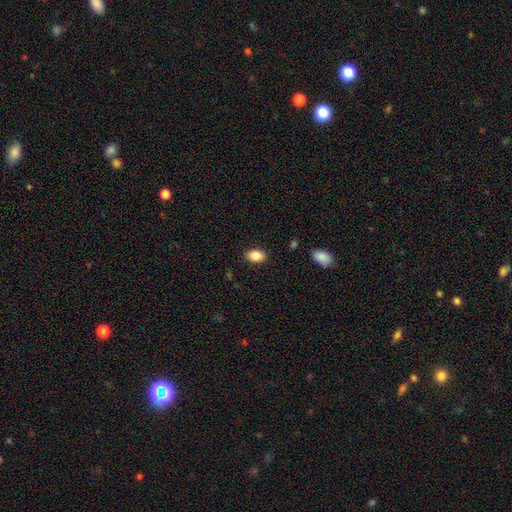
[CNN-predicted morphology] A smooth galaxy with no disk features (85%) that is in between round and cigar-shaped (87%).

Vote fractions:
- Smooth or featured? smooth: 85% / star or artifact: 8% / featured or disk: 7%
- How rounded? in between: 87% / round: 11% / cigar-shaped: 2%
- Merging? none: 88% / minor disturbance: 9% / major disturbance: 2% / merger: 1%